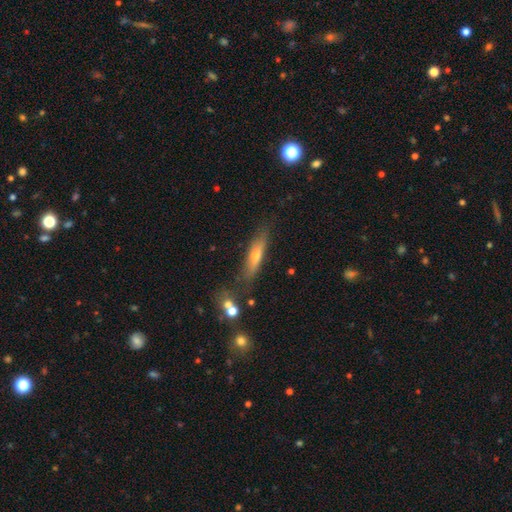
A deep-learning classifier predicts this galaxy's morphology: Smooth or featured: smooth — 50% (featured or disk — 42%)
How rounded: cigar-shaped — 77% (in between — 20%)
Merging: none — 75% (minor disturbance — 16%)